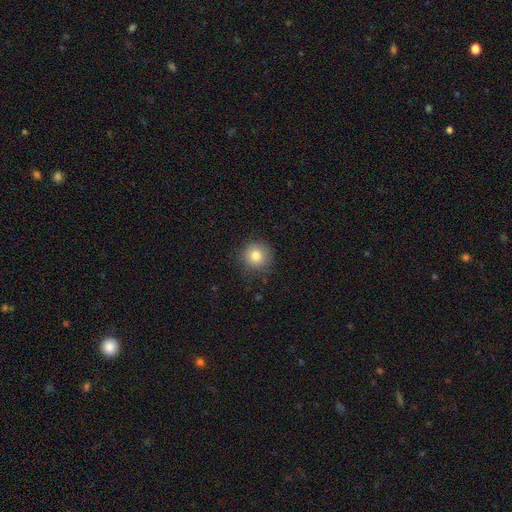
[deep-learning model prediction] smooth_or_featured: smooth (p=0.80) [alt: star or artifact p=0.11]
how_rounded: round (p=0.94) [alt: in between p=0.05]
merging: none (p=0.85) [alt: minor disturbance p=0.11]